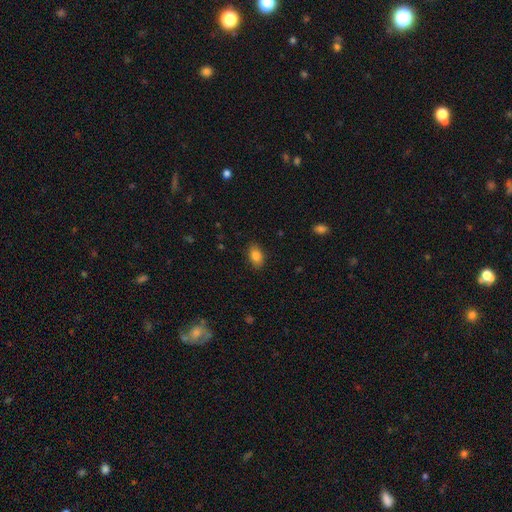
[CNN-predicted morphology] smooth_or_featured: smooth (p=0.86) [alt: star or artifact p=0.09]
how_rounded: in between (p=0.87) [alt: round p=0.11]
merging: none (p=0.87) [alt: minor disturbance p=0.10]